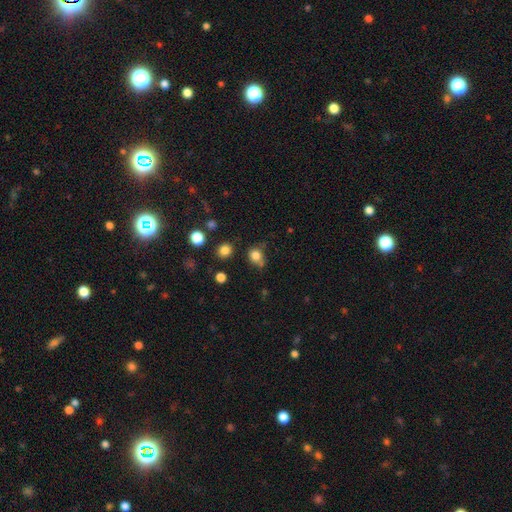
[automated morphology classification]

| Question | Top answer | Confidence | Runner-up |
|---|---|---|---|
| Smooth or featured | smooth | 80% | star or artifact (13%) |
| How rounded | round | 72% | in between (27%) |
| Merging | none | 55% | minor disturbance (26%) |